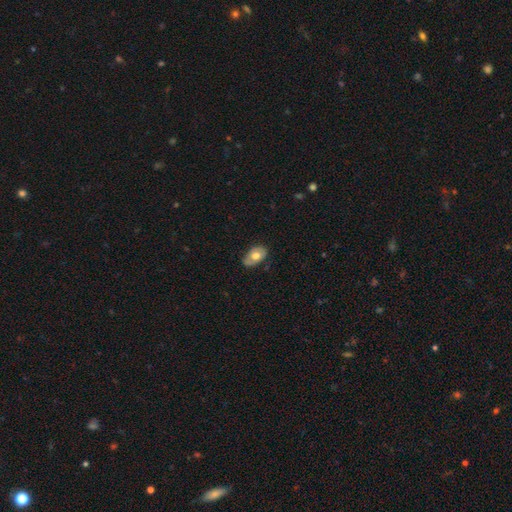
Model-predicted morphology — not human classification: Smooth or featured? smooth (58%)
How rounded? in between (89%)
Merging? none (70%)